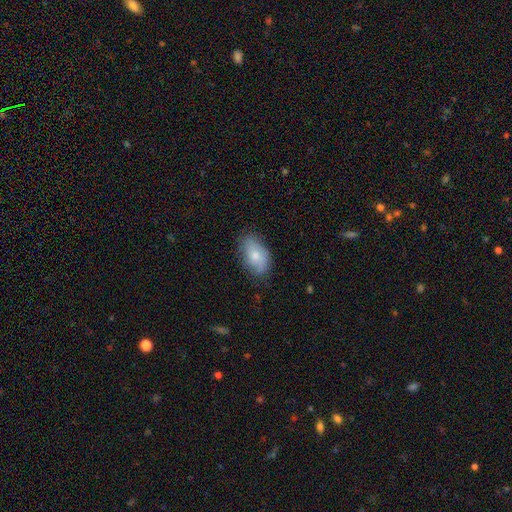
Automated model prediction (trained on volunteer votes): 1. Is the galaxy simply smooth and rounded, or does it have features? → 71% smooth, 22% featured or disk, 7% star or artifact.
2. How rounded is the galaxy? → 92% in between, 6% round, 2% cigar-shaped.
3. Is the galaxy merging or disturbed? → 73% none, 21% minor disturbance, 5% major disturbance, 1% merger.